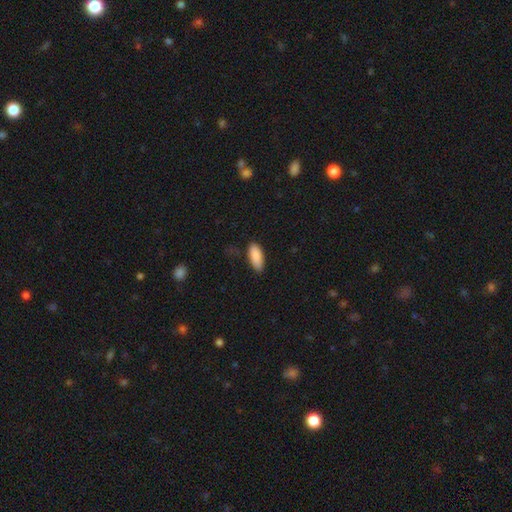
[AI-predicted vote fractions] Morphology: type=smooth (89%); roundness=in between (82%); merging=none (81%).